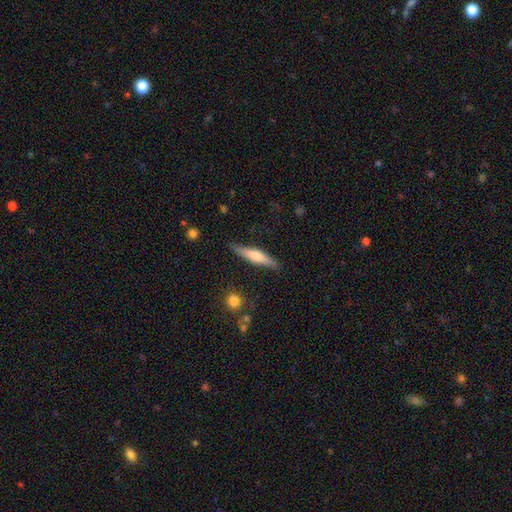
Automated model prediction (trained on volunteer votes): Smooth or featured: smooth — 49% (featured or disk — 45%)
Merging: none — 84% (minor disturbance — 12%)